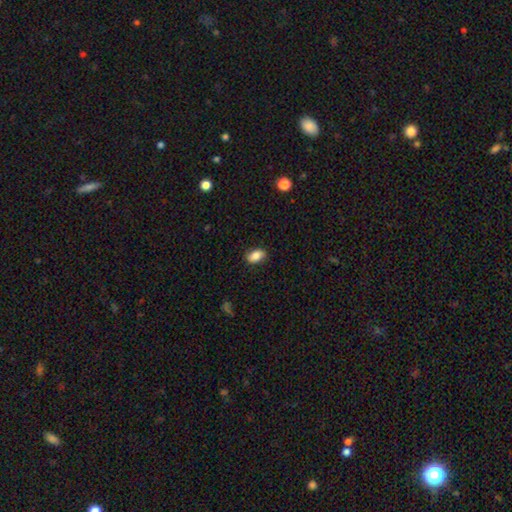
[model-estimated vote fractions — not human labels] This is clearly a smooth galaxy (85%). How rounded: clearly in between (89%). Merging: clearly none (86%).